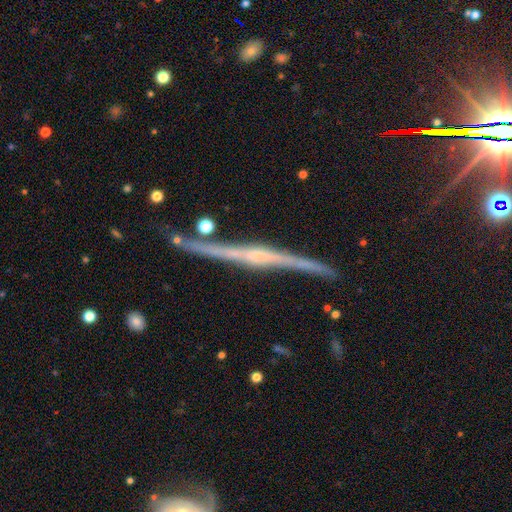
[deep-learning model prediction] Q: Smooth or featured?
A: featured or disk (82%); runner-up: star or artifact (9%)
Q: Edge-on disk?
A: yes (97%); runner-up: no (3%)
Q: Edge-on bulge?
A: rounded (52%); runner-up: none (30%)
Q: Merging?
A: none (82%); runner-up: minor disturbance (13%)